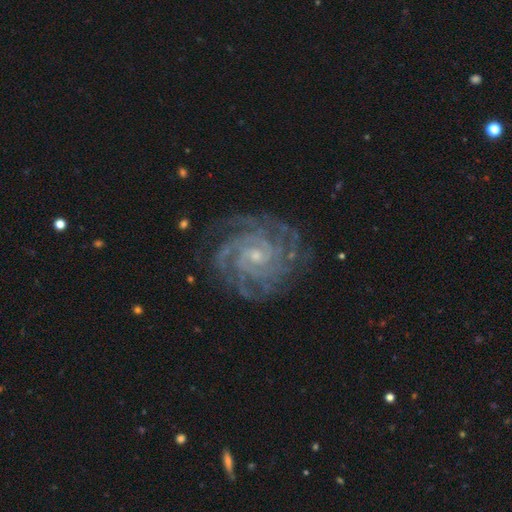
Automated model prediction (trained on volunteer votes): smooth_or_featured: featured or disk (p=0.92) [alt: star or artifact p=0.05]
disk_edge_on: no (p=0.98) [alt: yes p=0.02]
bar: no (p=0.63) [alt: weak p=0.27]
has_spiral_arms: yes (p=0.99) [alt: no p=0.01]
spiral_winding: tight (p=0.81) [alt: medium p=0.17]
spiral_arm_count: 4 (p=0.25) [alt: 3 p=0.20]
bulge_size: small (p=0.76) [alt: moderate p=0.20]
merging: none (p=0.80) [alt: minor disturbance p=0.14]